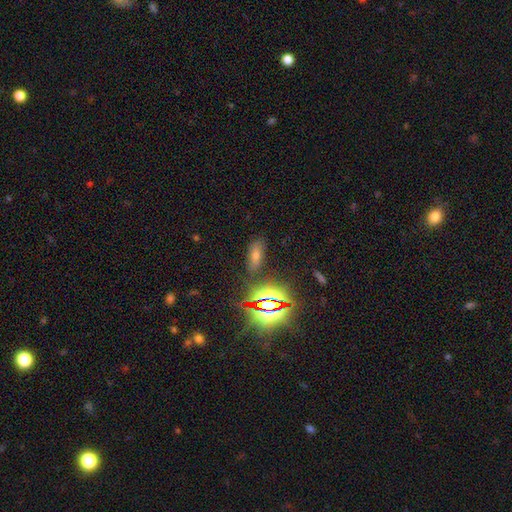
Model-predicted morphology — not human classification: A smooth galaxy with no disk features (43%, tied with star or artifact).

Vote fractions:
- Smooth or featured? smooth: 43% (tied) / star or artifact: 43% (tied) / featured or disk: 14%
- Merging? none: 82% / minor disturbance: 12% / major disturbance: 4% / merger: 3%